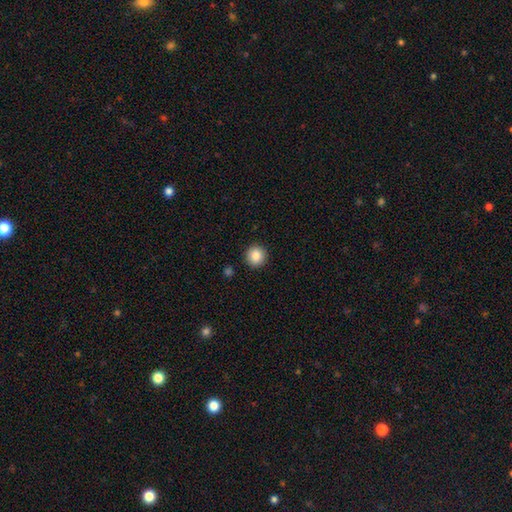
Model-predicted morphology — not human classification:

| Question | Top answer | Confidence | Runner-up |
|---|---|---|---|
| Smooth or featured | smooth | 86% | star or artifact (9%) |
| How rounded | round | 94% | in between (5%) |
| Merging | none | 92% | minor disturbance (5%) |